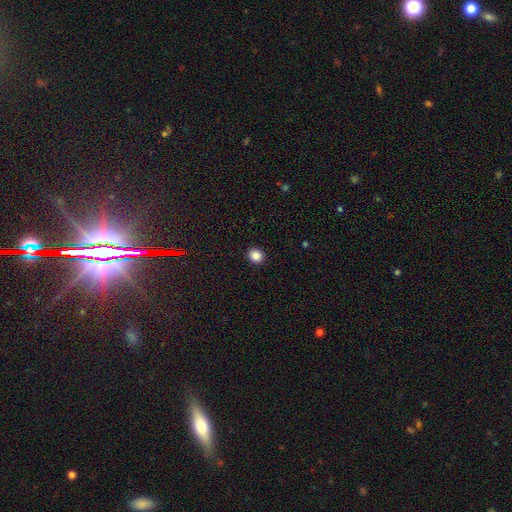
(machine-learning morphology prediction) Smooth or featured? smooth (86%)
How rounded? round (77%)
Merging? none (93%)